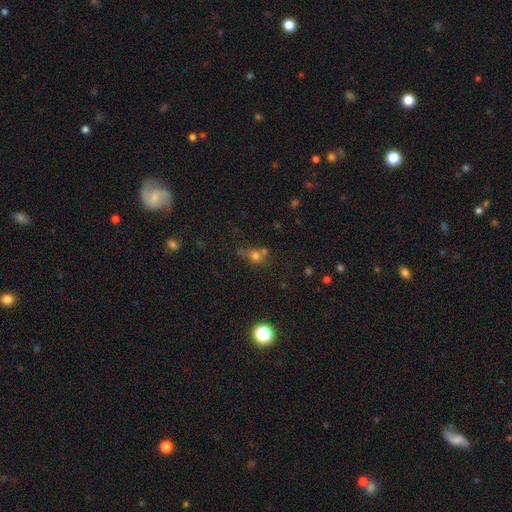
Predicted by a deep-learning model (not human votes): A smooth galaxy with no disk features (65%) that is round (80%). Merging: none (46%).